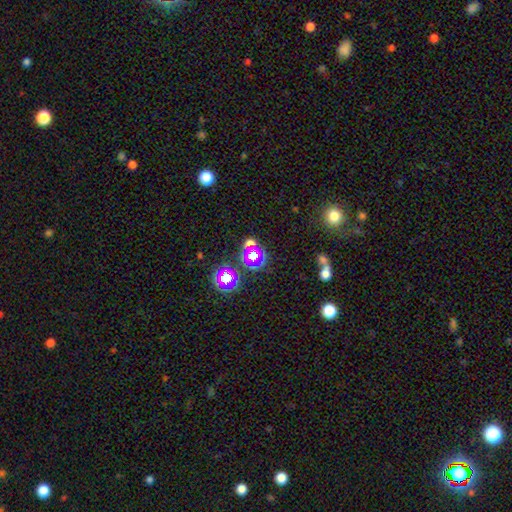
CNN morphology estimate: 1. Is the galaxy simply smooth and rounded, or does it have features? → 55% star or artifact, 33% smooth, 12% featured or disk.